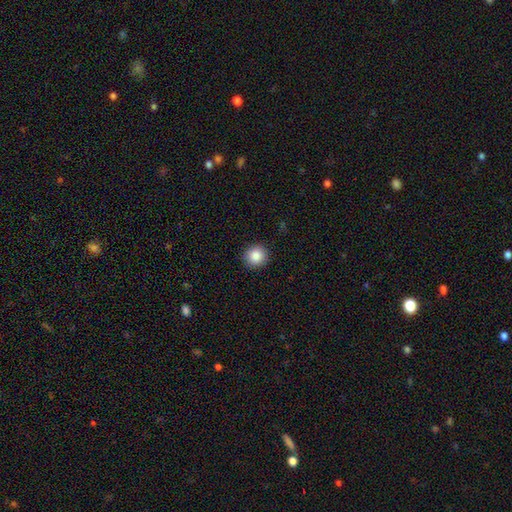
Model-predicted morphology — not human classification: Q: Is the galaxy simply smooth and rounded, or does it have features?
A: smooth — 86%.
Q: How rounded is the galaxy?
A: round — 91%.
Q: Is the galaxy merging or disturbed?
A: none — 92%.